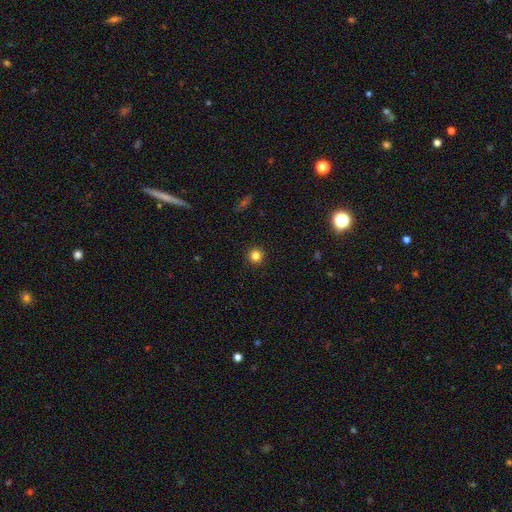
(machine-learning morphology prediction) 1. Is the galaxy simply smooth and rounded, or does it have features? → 82% smooth, 12% star or artifact, 5% featured or disk.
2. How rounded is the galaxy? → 95% round, 4% in between, 1% cigar-shaped.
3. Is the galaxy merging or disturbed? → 93% none, 5% minor disturbance, 2% major disturbance, 1% merger.